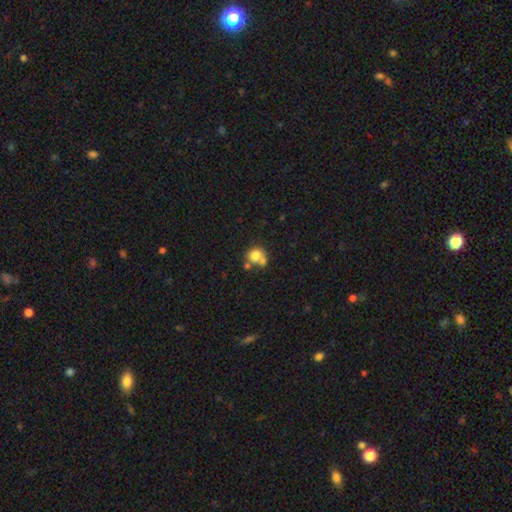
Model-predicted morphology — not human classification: Overall: smooth (75%). How rounded: round (75%). Merging: merger (44%; none 39%).